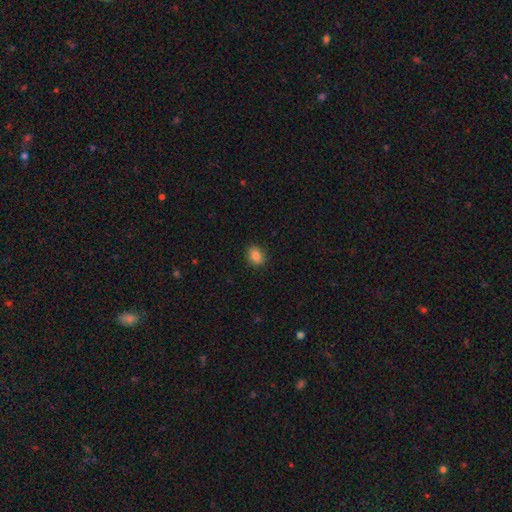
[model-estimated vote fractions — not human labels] Smooth or featured?
  - smooth: 86% *
  - star or artifact: 10%
  - featured or disk: 5%
How rounded?
  - in between: 53% *
  - round: 46%
  - cigar-shaped: 1%
Merging?
  - none: 88% *
  - minor disturbance: 9%
  - major disturbance: 2%
  - merger: 1%